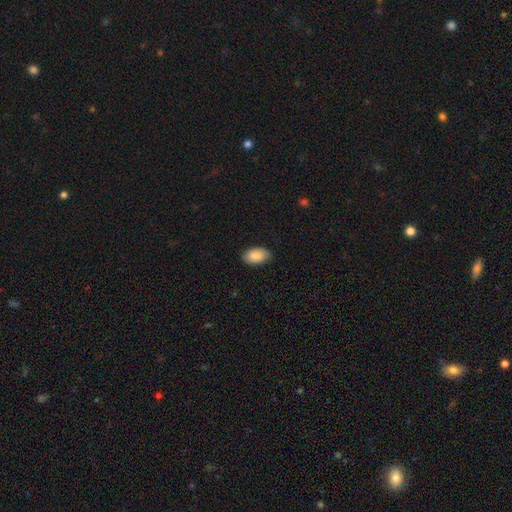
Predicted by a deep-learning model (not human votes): Smooth or featured?
  - smooth: 87% *
  - featured or disk: 7%
  - star or artifact: 6%
How rounded?
  - in between: 95% *
  - round: 4%
  - cigar-shaped: 1%
Merging?
  - none: 85% *
  - minor disturbance: 12%
  - major disturbance: 2%
  - merger: 1%